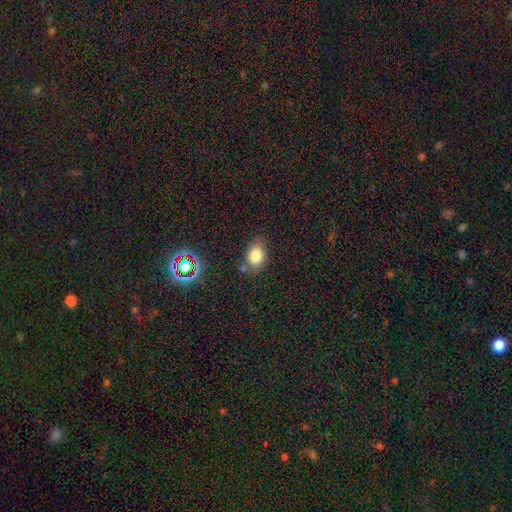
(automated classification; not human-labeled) A smooth galaxy with no disk features (79%) that is in between round and cigar-shaped (71%).

Vote fractions:
- Smooth or featured? smooth: 79% / star or artifact: 12% / featured or disk: 8%
- How rounded? in between: 71% / round: 28% / cigar-shaped: 2%
- Merging? none: 73% / minor disturbance: 17% / merger: 6% / major disturbance: 4%